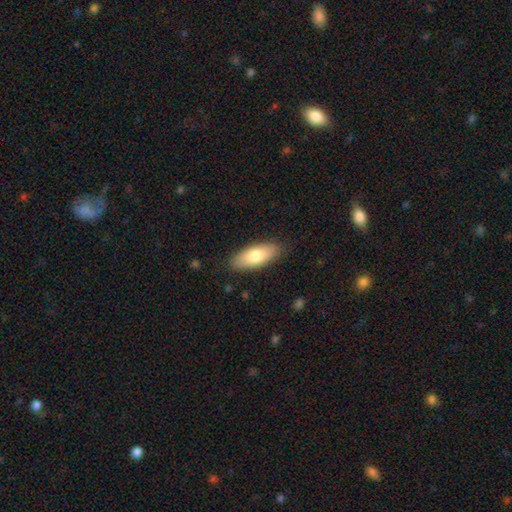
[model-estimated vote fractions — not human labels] Morphology: type=smooth (78%); roundness=in between (77%); merging=none (86%).